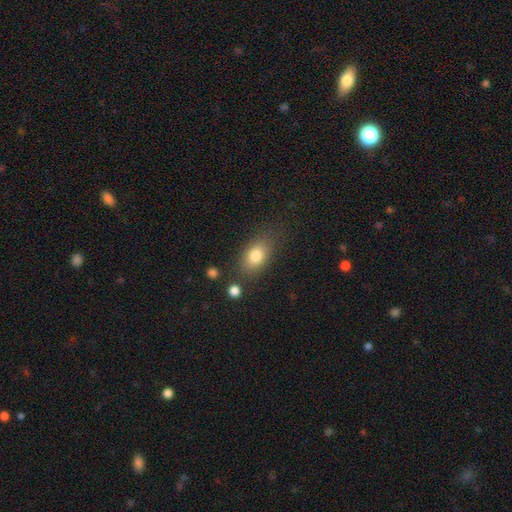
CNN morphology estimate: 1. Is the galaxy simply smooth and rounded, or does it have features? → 80% smooth, 11% featured or disk, 9% star or artifact.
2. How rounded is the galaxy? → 80% in between, 17% round, 3% cigar-shaped.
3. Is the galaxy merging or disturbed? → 72% none, 17% minor disturbance, 6% major disturbance, 4% merger.